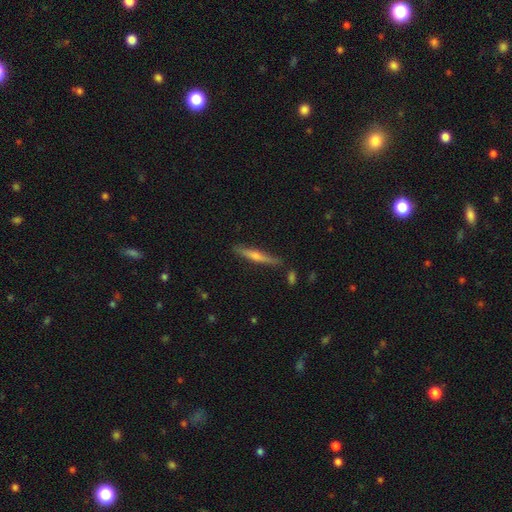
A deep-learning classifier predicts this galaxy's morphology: Smooth or featured? Predicted: featured or disk (p=0.62). Edge-on disk? Predicted: yes (p=0.96). Edge-on bulge? Predicted: rounded (p=0.78). Merging? Predicted: none (p=0.85).